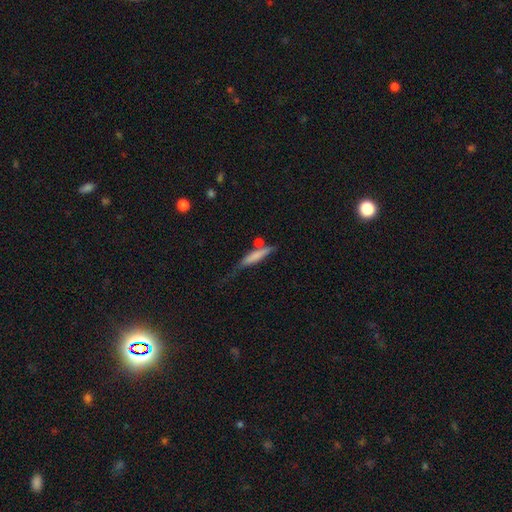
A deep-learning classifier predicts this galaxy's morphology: Smooth or featured? Predicted: smooth (p=0.62). How rounded? Predicted: cigar-shaped (p=0.85). Merging? Predicted: none (p=0.49).